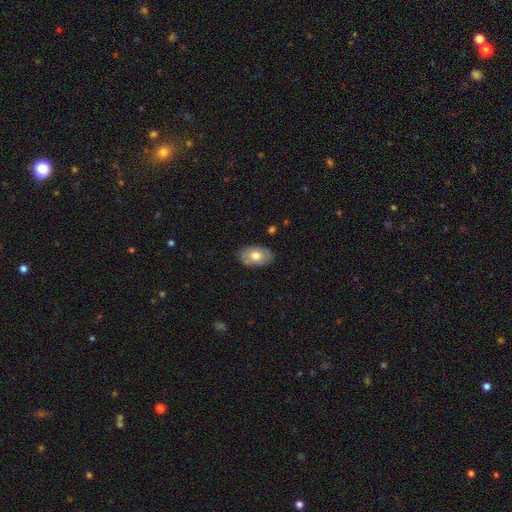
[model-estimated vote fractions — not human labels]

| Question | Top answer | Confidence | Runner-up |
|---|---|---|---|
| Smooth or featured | smooth | 73% | featured or disk (21%) |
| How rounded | in between | 88% | round (10%) |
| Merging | none | 84% | minor disturbance (12%) |